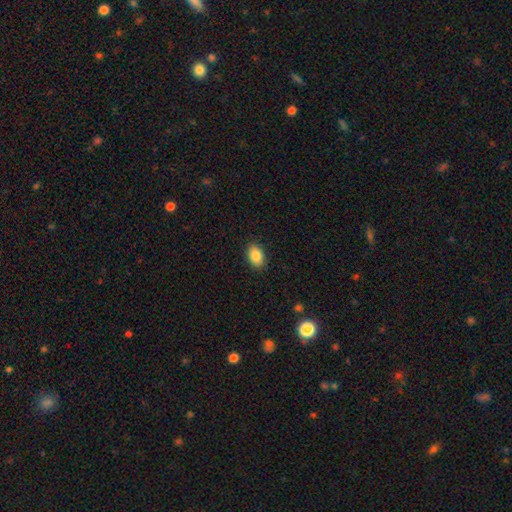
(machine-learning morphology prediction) Q: Smooth or featured?
A: smooth (86%); runner-up: star or artifact (8%)
Q: How rounded?
A: in between (87%); runner-up: round (11%)
Q: Merging?
A: none (89%); runner-up: minor disturbance (8%)